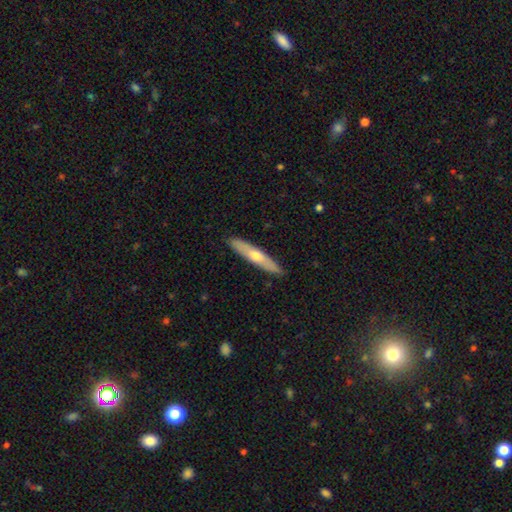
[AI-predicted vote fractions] This is possibly a featured or disk galaxy (48%). Merging: clearly none (90%).